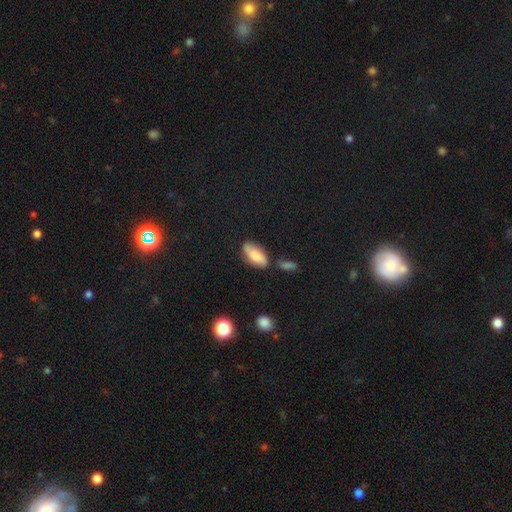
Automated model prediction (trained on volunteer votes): A smooth galaxy with no disk features (69%) that is in between round and cigar-shaped (88%). Merging: none (66%).